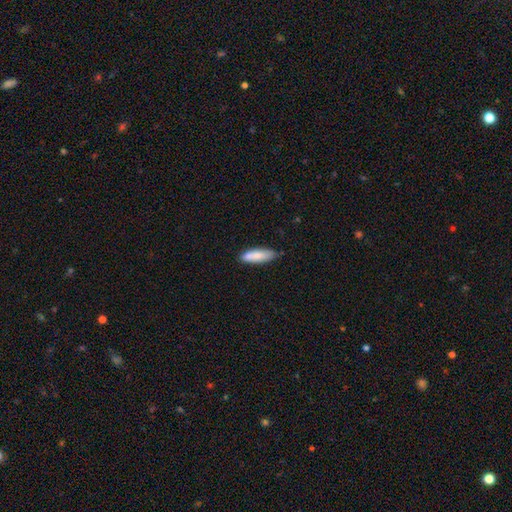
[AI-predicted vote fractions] A smooth galaxy with no disk features (81%) that is in between round and cigar-shaped (51%).

Vote fractions:
- Smooth or featured? smooth: 81% / featured or disk: 13% / star or artifact: 6%
- How rounded? in between: 51% / cigar-shaped: 47% / round: 2%
- Merging? none: 74% / minor disturbance: 19% / merger: 4% / major disturbance: 3%